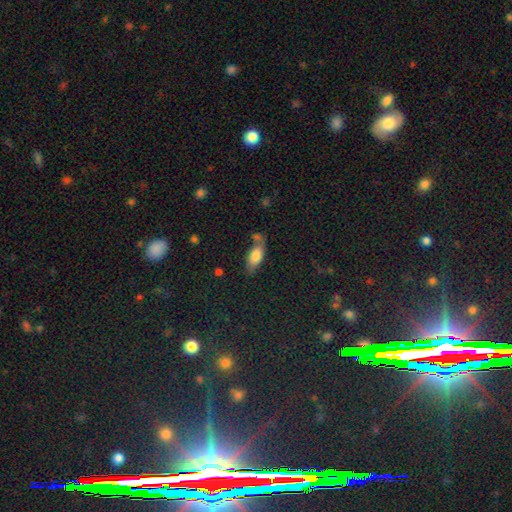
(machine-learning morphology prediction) smooth-or-featured: smooth: 75% | featured or disk: 16% | star or artifact: 9%
  how-rounded: in between: 80% | cigar-shaped: 17% | round: 4%
  merging: none: 54% | minor disturbance: 21% | merger: 17% | major disturbance: 8%